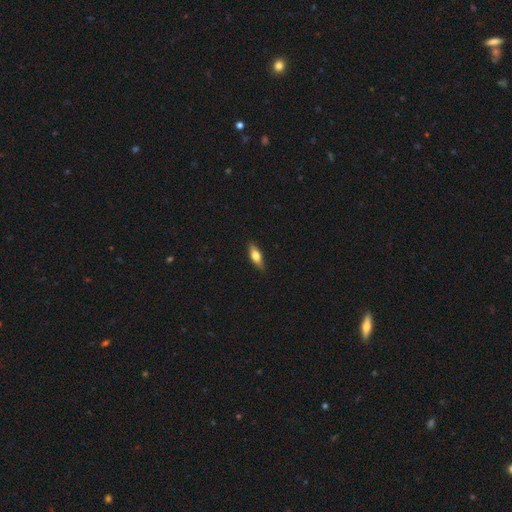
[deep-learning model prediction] Overall: smooth (64%; featured or disk 30%). How rounded: in between (59%; cigar-shaped 38%). Merging: none (87%).